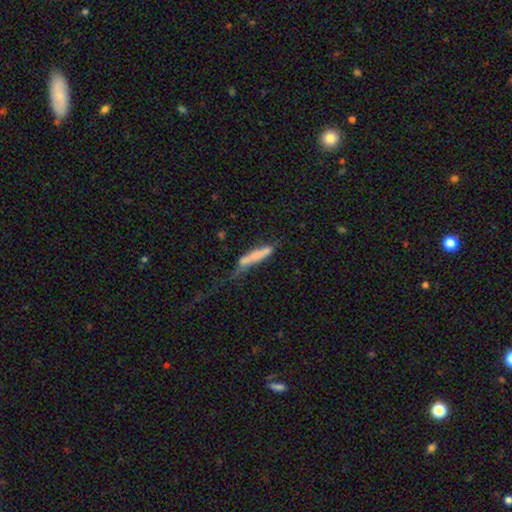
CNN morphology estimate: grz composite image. It shows a smooth galaxy with no disk features (62%) that is cigar-shaped (84%). Merging: major disturbance (33%).